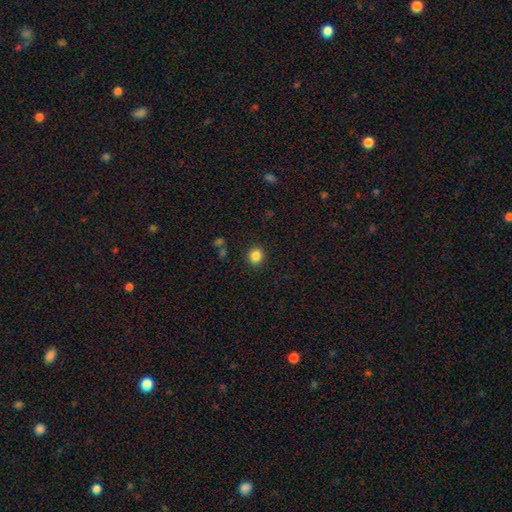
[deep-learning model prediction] A smooth galaxy with no disk features (85%) that is round (79%). Merging: none (89%).